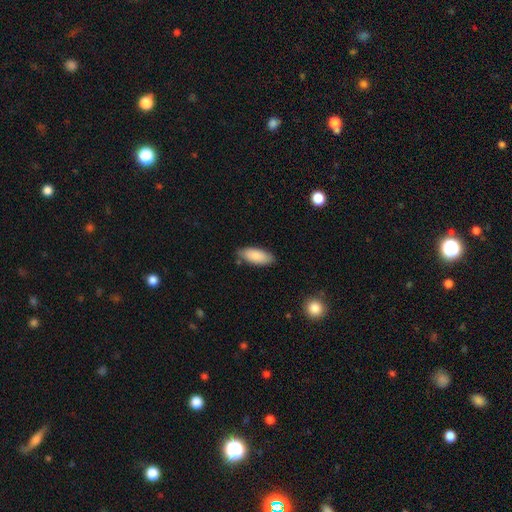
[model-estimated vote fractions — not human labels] This appears to be a smooth galaxy with no disk features (88%) that is in between round and cigar-shaped (82%). Merging: none (80%).